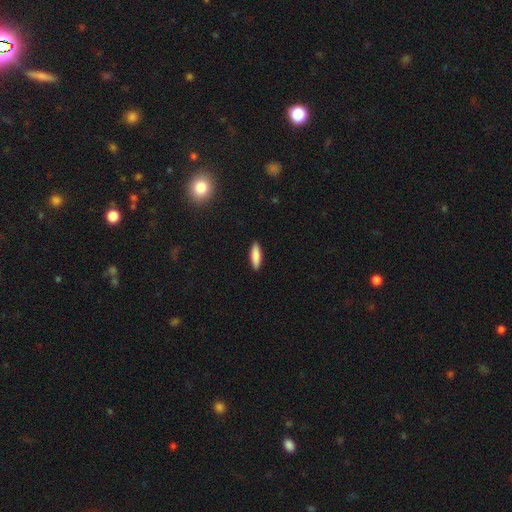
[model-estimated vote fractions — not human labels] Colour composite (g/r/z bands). It shows a smooth galaxy with no disk features (85%) that is cigar-shaped (59%). Merging: none (90%).